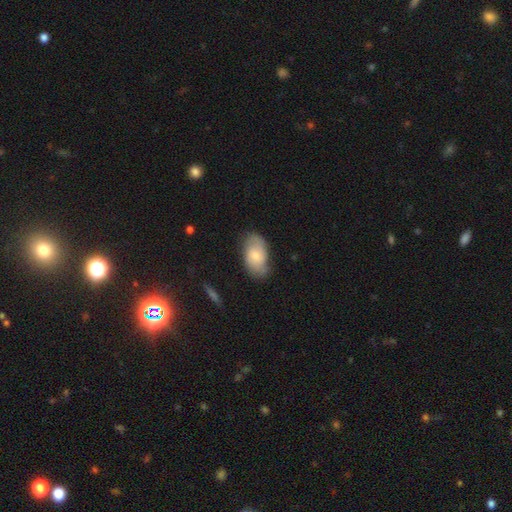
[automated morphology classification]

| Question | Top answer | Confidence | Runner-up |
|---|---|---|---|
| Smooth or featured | smooth | 49% | featured or disk (44%) |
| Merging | none | 69% | minor disturbance (23%) |